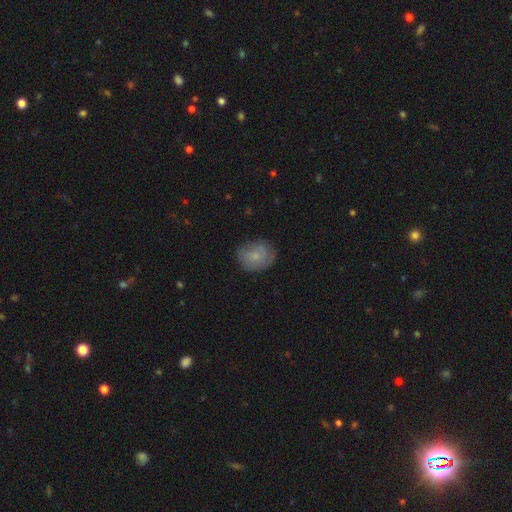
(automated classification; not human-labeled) Smooth or featured? Predicted: smooth (p=0.68). How rounded? Predicted: round (p=0.61). Merging? Predicted: none (p=0.72).